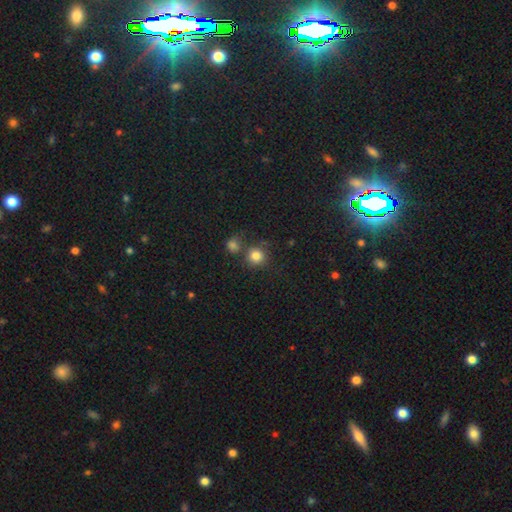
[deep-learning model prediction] smooth_or_featured: smooth (p=0.82) [alt: star or artifact p=0.12]
how_rounded: round (p=0.91) [alt: in between p=0.08]
merging: none (p=0.67) [alt: merger p=0.20]